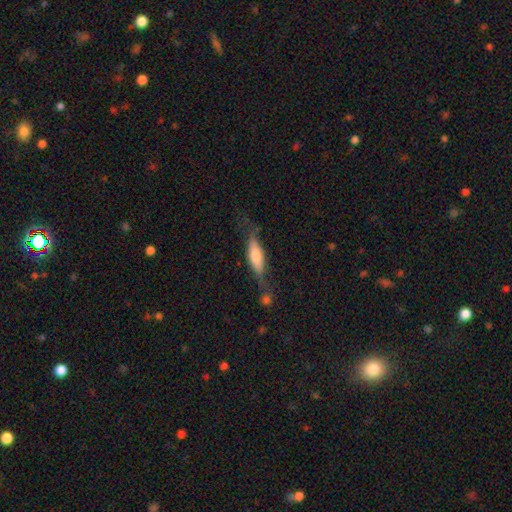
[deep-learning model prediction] This is possibly a smooth galaxy (49%). Merging: possibly none (59%).